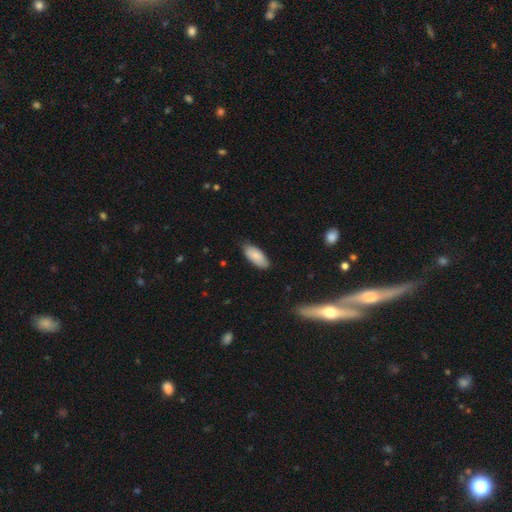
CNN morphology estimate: smooth-or-featured: smooth: 84% | featured or disk: 10% | star or artifact: 6%
  how-rounded: in between: 86% | cigar-shaped: 12% | round: 2%
  merging: none: 80% | minor disturbance: 17% | major disturbance: 2% | merger: 1%